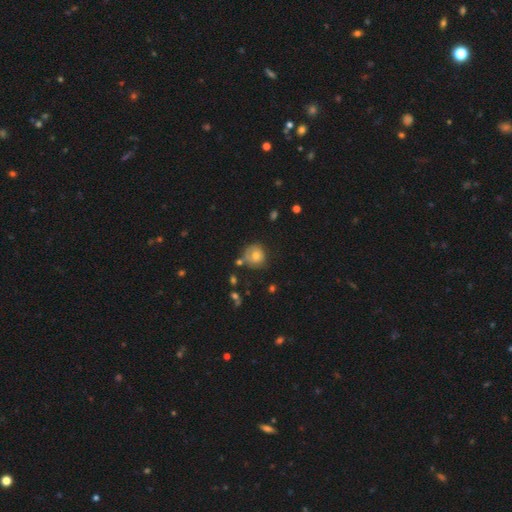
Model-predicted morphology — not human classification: Smooth or featured? smooth (66%)
How rounded? round (84%)
Merging? none (59%)